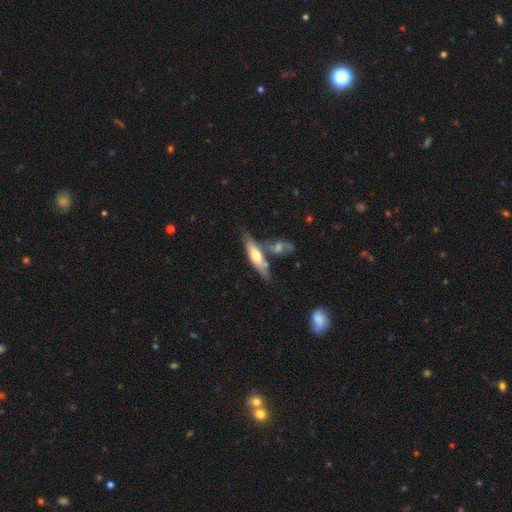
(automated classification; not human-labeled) smooth-or-featured: smooth: 48% | featured or disk: 47% | star or artifact: 6%
  merging: none: 51% | merger: 28% | minor disturbance: 16% | major disturbance: 5%